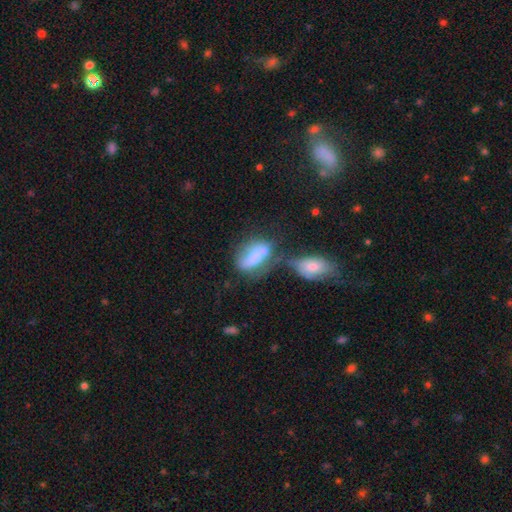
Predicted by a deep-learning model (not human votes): smooth-or-featured: smooth: 56% | featured or disk: 35% | star or artifact: 9%
  how-rounded: in between: 78% | cigar-shaped: 15% | round: 7%
  merging: merger: 43% | none: 24% | minor disturbance: 17% | major disturbance: 16%